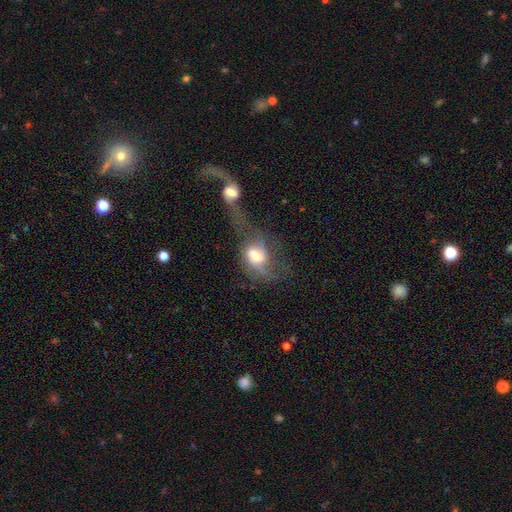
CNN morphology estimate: Smooth or featured: featured or disk — 52% (smooth — 39%)
Edge-on disk: no — 93% (yes — 7%)
Merging: merger — 43% (major disturbance — 32%)